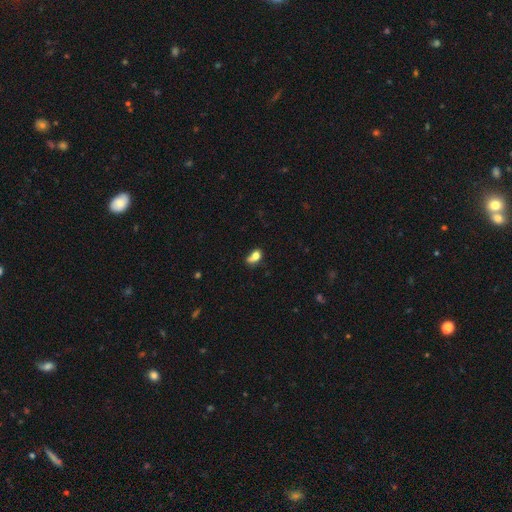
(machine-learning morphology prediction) smooth-or-featured: smooth: 72% | featured or disk: 18% | star or artifact: 11%
  how-rounded: in between: 74% | round: 21% | cigar-shaped: 4%
  merging: none: 31% | minor disturbance: 29% | major disturbance: 22% | merger: 18%